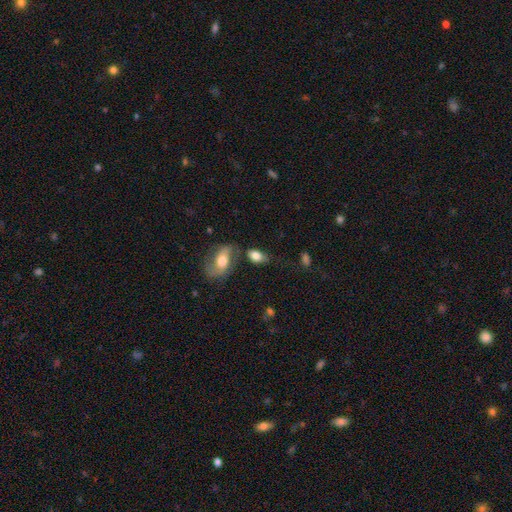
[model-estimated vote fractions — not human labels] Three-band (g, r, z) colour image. It shows a smooth galaxy with no disk features (80%) that is in between round and cigar-shaped (89%). Merging: none (60%).